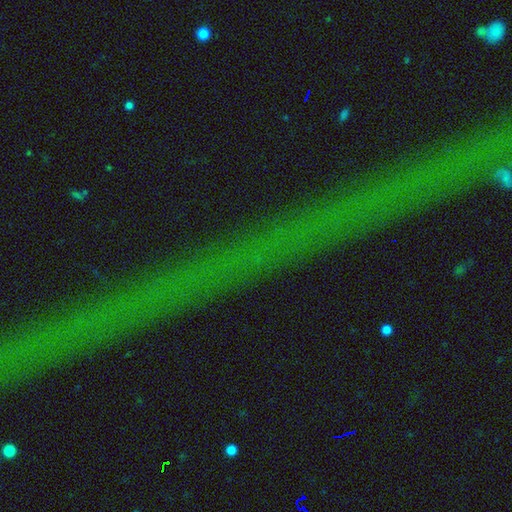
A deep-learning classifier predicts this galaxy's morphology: smooth_or_featured: star or artifact (p=0.74) [alt: featured or disk p=0.17]